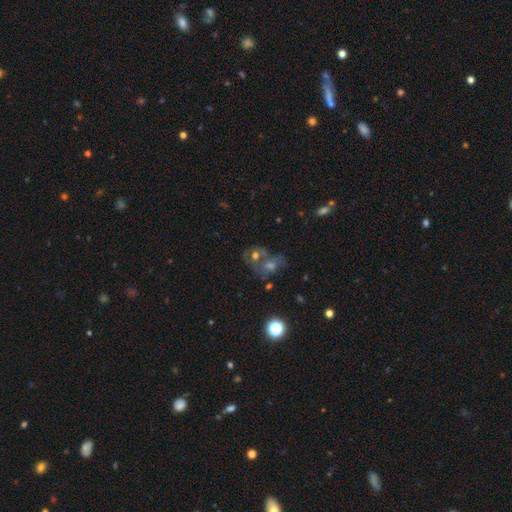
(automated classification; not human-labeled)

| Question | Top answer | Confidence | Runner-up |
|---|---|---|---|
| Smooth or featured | smooth | 47% | featured or disk (32%) |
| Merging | merger | 54% | none (26%) |